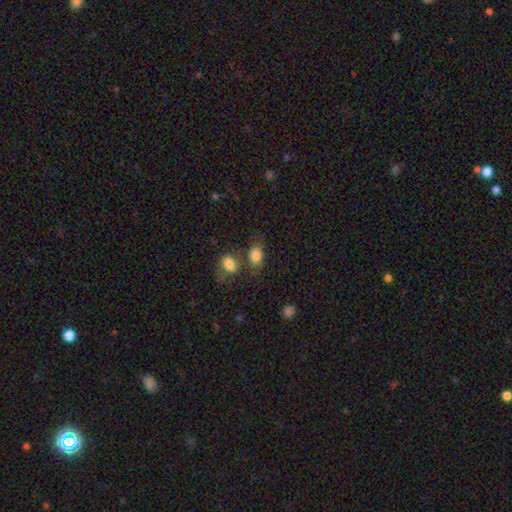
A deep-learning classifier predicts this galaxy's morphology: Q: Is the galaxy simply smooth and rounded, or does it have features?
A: smooth — 83%.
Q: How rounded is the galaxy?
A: in between — 77%.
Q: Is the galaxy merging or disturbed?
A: none — 49%.